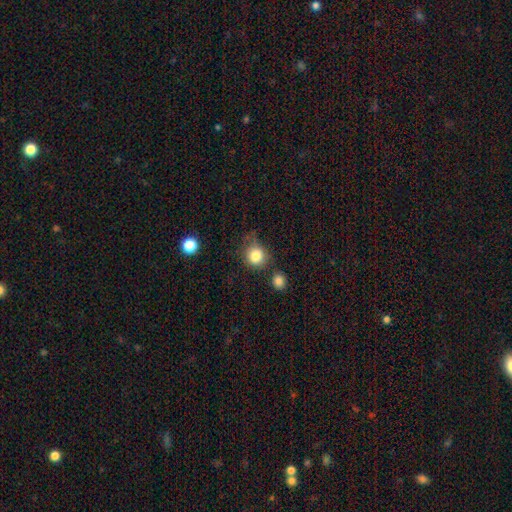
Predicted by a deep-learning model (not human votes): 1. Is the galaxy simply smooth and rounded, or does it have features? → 83% smooth, 10% star or artifact, 7% featured or disk.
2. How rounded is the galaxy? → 87% round, 12% in between, 1% cigar-shaped.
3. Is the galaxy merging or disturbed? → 64% none, 21% minor disturbance, 8% merger, 7% major disturbance.